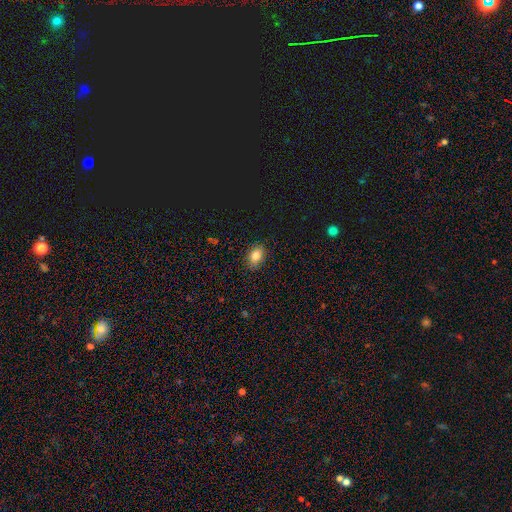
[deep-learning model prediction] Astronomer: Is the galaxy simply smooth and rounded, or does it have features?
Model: smooth — 82%.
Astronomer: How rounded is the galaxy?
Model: in between — 79%.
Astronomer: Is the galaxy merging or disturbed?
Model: none — 86%.